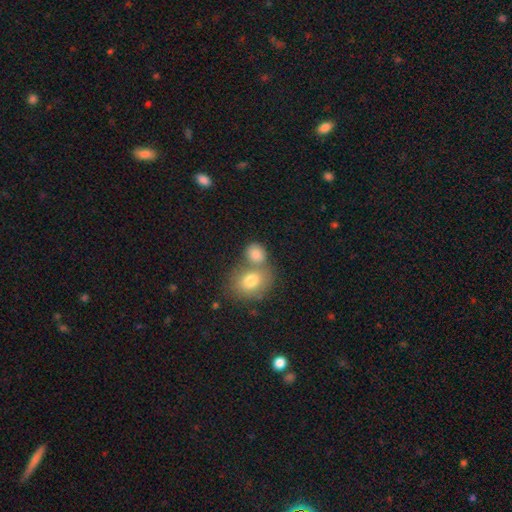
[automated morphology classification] Smooth or featured? Predicted: smooth (p=0.76). How rounded? Predicted: round (p=0.54). Merging? Predicted: merger (p=0.46).